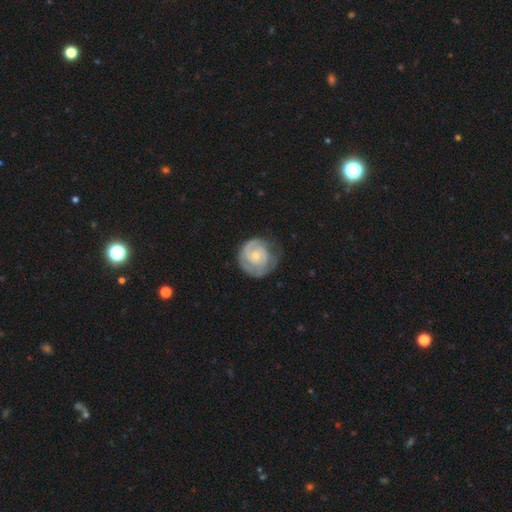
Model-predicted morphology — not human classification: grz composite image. It shows a featured or disk galaxy (78%) with no bar (73%), 2 (52%) tight (69%) spiral arms (93%) and a small central bulge (59%). Merging: none (66%).